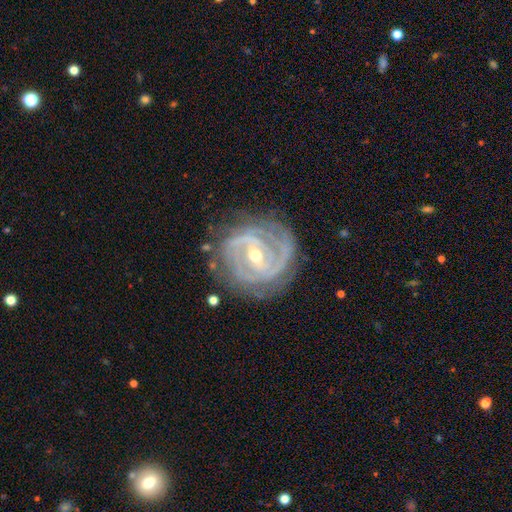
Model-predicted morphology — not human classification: A featured or disk galaxy (91%) with a weak bar (45%), 3 (27%, tied with 2) tight (72%) spiral arms (97%) and a moderate central bulge (55%). Merging: none (75%).